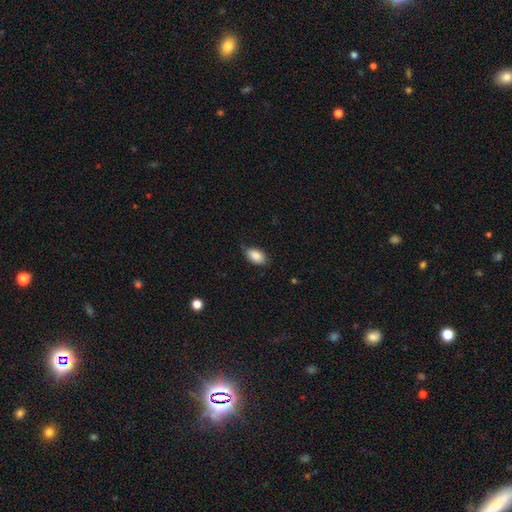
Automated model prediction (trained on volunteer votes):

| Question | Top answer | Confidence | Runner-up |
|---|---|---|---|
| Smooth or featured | smooth | 86% | star or artifact (7%) |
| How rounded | in between | 92% | round (6%) |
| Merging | none | 66% | minor disturbance (27%) |